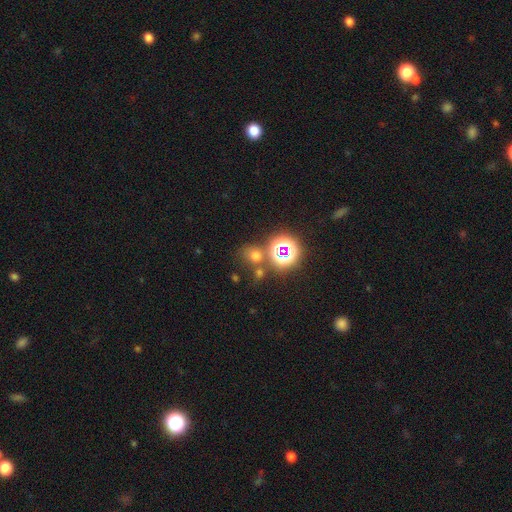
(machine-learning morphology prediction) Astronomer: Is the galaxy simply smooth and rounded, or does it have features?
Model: smooth — 60%.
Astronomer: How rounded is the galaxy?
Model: round — 74%.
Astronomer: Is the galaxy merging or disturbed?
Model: none — 68%.